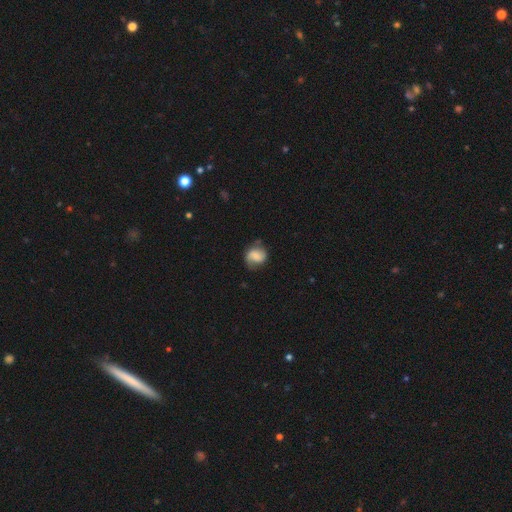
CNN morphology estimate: Smooth or featured?
  - smooth: 61% *
  - featured or disk: 31%
  - star or artifact: 9%
How rounded?
  - round: 63% *
  - in between: 36%
  - cigar-shaped: 1%
Merging?
  - none: 58% *
  - minor disturbance: 29%
  - major disturbance: 11%
  - merger: 3%